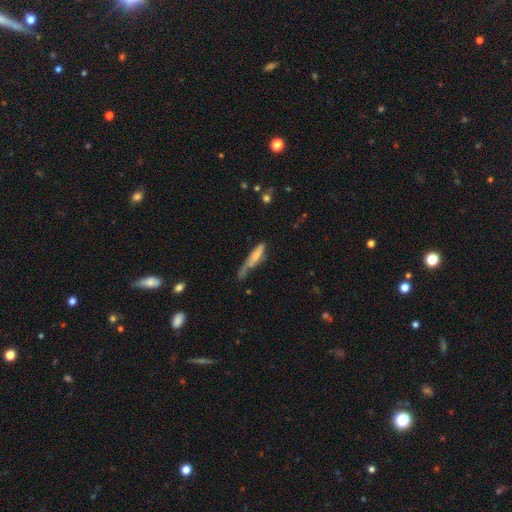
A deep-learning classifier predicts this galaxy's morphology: smooth_or_featured: smooth (p=0.58) [alt: featured or disk p=0.35]
how_rounded: cigar-shaped (p=0.71) [alt: in between p=0.27]
merging: major disturbance (p=0.31) [alt: minor disturbance p=0.29]